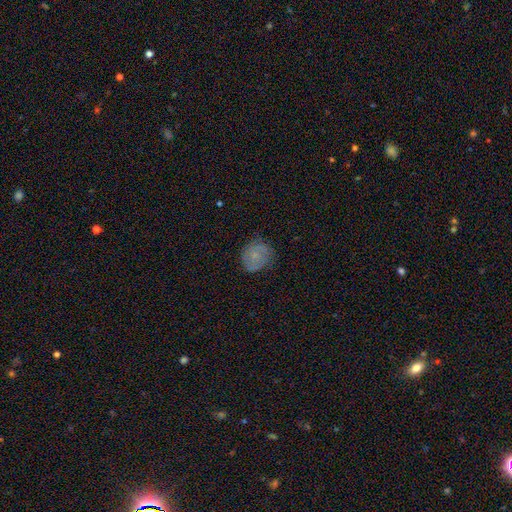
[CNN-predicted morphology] Overall: smooth (49%; featured or disk 40%). Merging: none (73%).